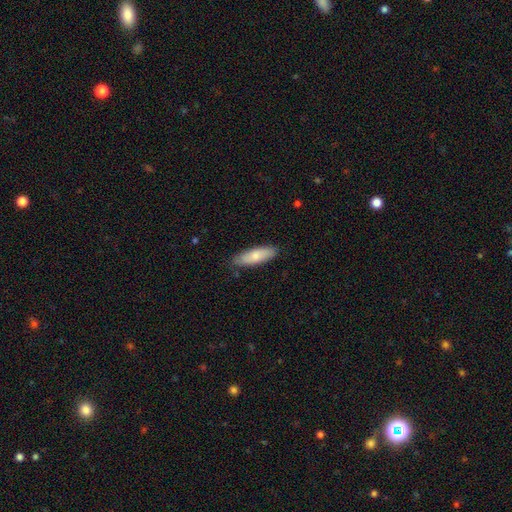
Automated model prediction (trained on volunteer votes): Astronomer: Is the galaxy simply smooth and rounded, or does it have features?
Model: smooth — 77%.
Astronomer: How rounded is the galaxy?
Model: in between — 52% (runner-up: cigar-shaped, 46%).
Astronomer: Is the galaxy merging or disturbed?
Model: none — 83%.